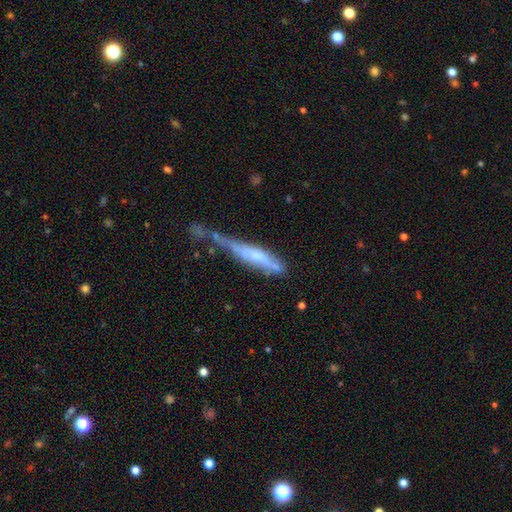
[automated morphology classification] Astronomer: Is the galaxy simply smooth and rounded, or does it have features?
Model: featured or disk — 51% (runner-up: smooth, 41%).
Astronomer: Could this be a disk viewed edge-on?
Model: yes — 76%.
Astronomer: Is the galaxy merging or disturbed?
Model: minor disturbance — 31% (runner-up: none, 28%).